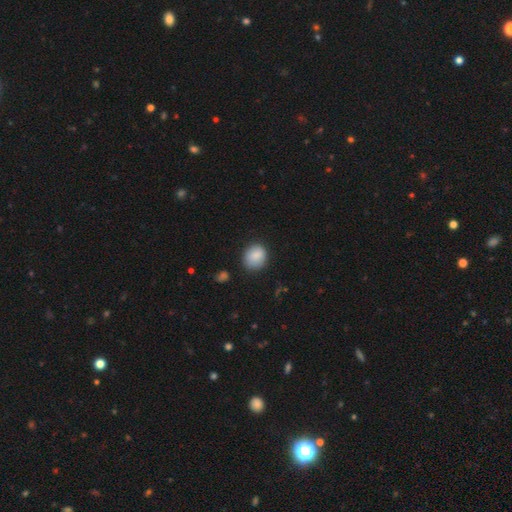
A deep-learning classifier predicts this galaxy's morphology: A smooth galaxy with no disk features (86%) that is round (71%).

Vote fractions:
- Smooth or featured? smooth: 86% / star or artifact: 8% / featured or disk: 6%
- How rounded? round: 71% / in between: 29% / cigar-shaped: 1%
- Merging? none: 77% / minor disturbance: 17% / major disturbance: 4% / merger: 2%